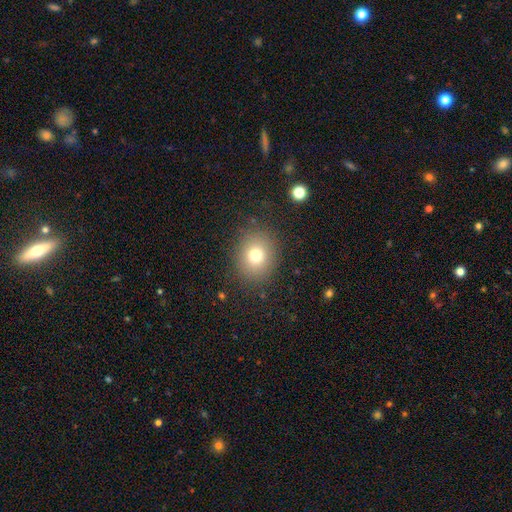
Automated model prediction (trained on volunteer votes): This appears to be a smooth galaxy with no disk features (74%) that is round (67%). Merging: none (85%).